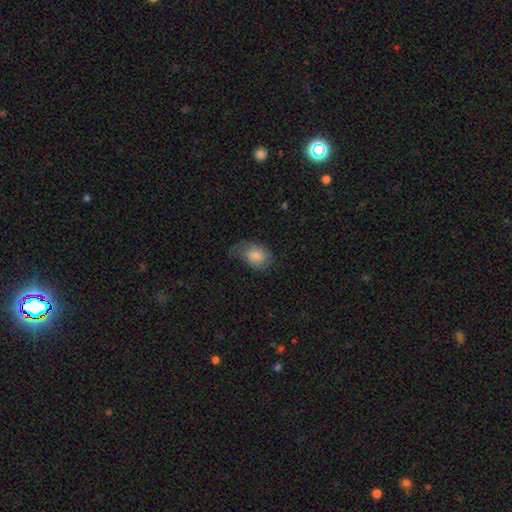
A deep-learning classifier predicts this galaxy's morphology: Smooth or featured? Predicted: smooth (p=0.73). How rounded? Predicted: in between (p=0.75). Merging? Predicted: major disturbance (p=0.34, tied with minor disturbance).